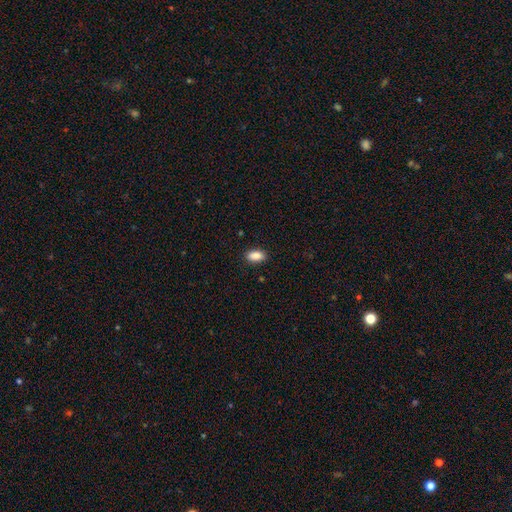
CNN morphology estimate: Overall: smooth (89%). How rounded: in between (91%). Merging: none (89%).